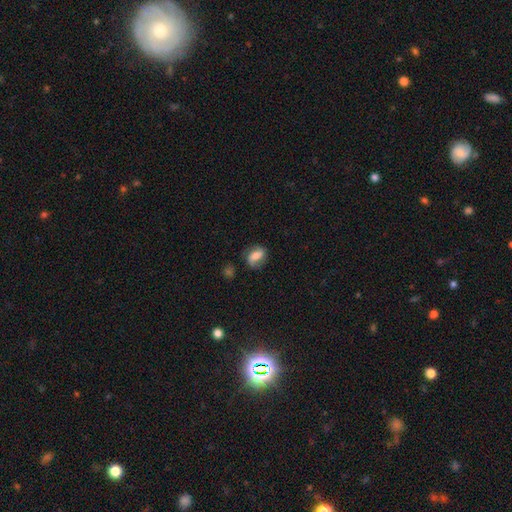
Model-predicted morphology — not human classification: smooth_or_featured: smooth (p=0.49) [alt: featured or disk p=0.43]
merging: none (p=0.62) [alt: minor disturbance p=0.24]